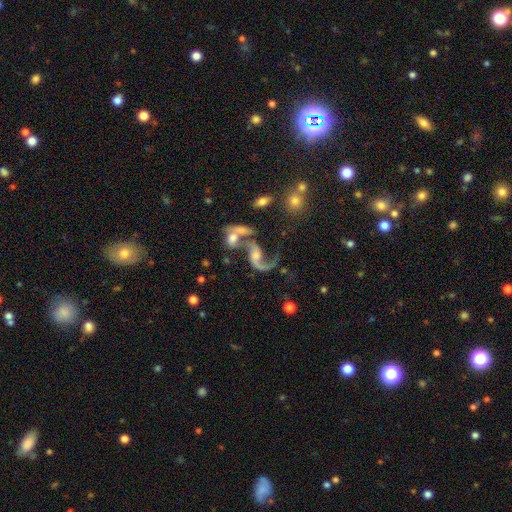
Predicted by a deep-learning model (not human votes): smooth-or-featured: featured or disk: 83% | smooth: 9% | star or artifact: 7%
  disk-edge-on: no: 96% | yes: 4%
    bar: no: 54% | weak: 34% | strong: 12%
    has-spiral-arms: yes: 93% | no: 7%
      spiral-winding: loose: 76% | medium: 21% | tight: 4%
      spiral-arm-count: 2: 73% | 1: 22% | can't tell: 2% | 3: 1% | 4: 1% | more than 4: 1%
    bulge-size: moderate: 43% | small: 32% | none: 13% | large: 10% | dominant: 2%
  merging: merger: 39% | none: 29% | major disturbance: 20% | minor disturbance: 12%